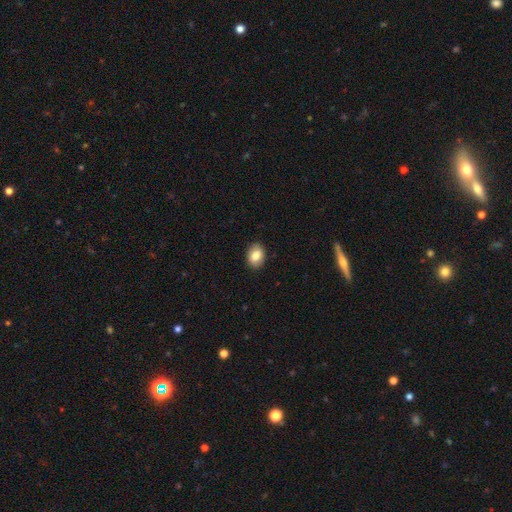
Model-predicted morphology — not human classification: Smooth or featured? smooth (82%)
How rounded? in between (73%)
Merging? none (90%)